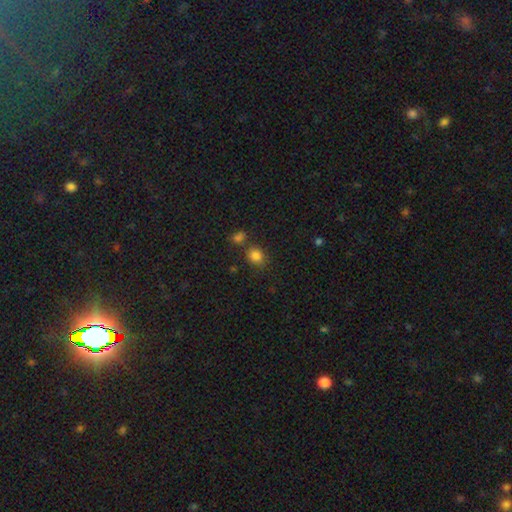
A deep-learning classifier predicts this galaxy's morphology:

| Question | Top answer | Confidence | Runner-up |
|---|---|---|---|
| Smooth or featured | smooth | 82% | star or artifact (13%) |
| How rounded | round | 70% | in between (29%) |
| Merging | none | 71% | merger (14%) |